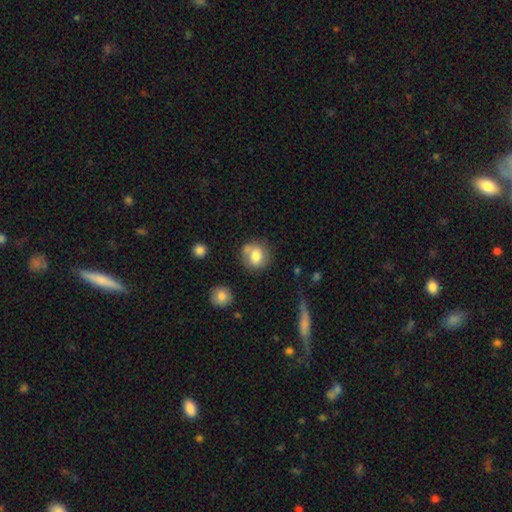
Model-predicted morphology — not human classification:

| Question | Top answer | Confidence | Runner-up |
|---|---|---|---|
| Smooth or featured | smooth | 74% | featured or disk (17%) |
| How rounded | round | 79% | in between (20%) |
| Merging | none | 60% | minor disturbance (19%) |